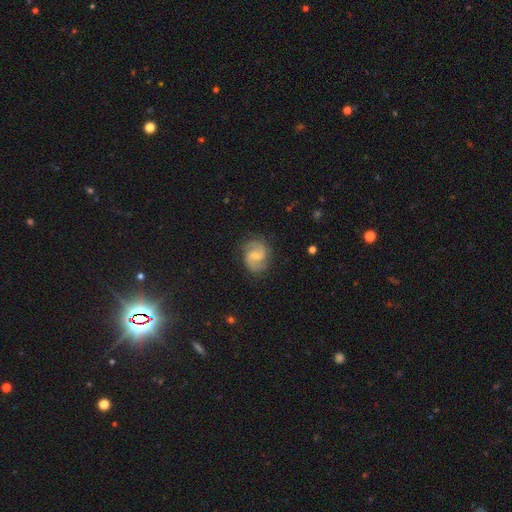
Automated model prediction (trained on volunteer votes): featured or disk 81%, smooth 13%, star or artifact 6%. Down the decision tree: edge-on disk — no (98%); bar — weak (56%); spiral arms — yes (96%); spiral arm count — 2 (89%); spiral winding — medium (53%); bulge size — small (58%); merging — none (80%).